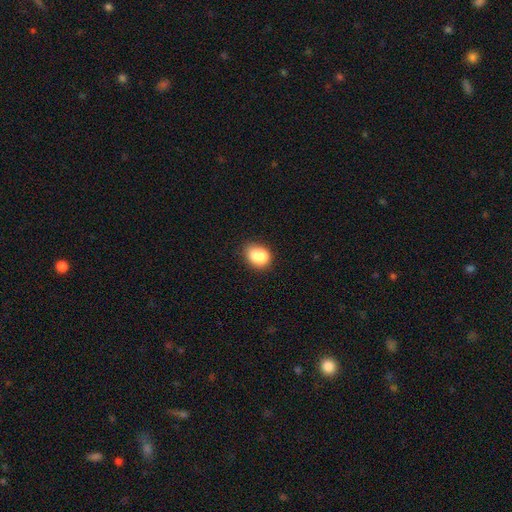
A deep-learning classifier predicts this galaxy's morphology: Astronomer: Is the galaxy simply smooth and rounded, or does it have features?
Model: smooth — 78%.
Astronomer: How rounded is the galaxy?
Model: in between — 52% (runner-up: round, 47%).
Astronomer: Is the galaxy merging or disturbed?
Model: none — 54%.